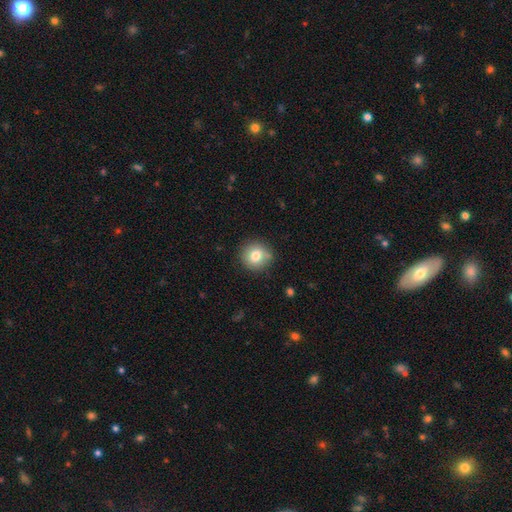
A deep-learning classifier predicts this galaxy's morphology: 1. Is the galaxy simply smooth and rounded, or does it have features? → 79% smooth, 10% featured or disk, 10% star or artifact.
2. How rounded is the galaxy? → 92% round, 7% in between, 1% cigar-shaped.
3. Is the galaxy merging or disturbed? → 84% none, 11% minor disturbance, 3% merger, 3% major disturbance.